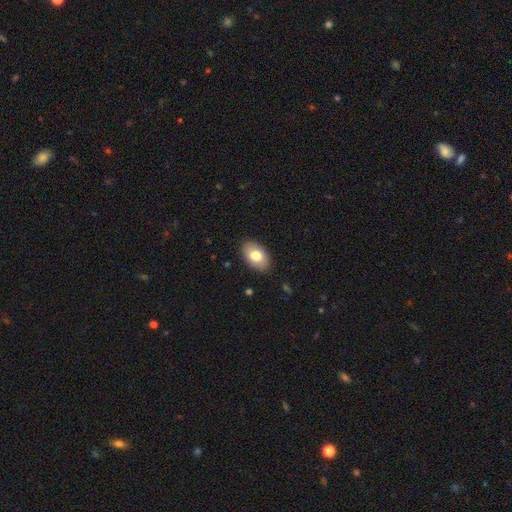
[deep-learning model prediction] Smooth or featured? smooth (78%)
How rounded? in between (90%)
Merging? none (88%)